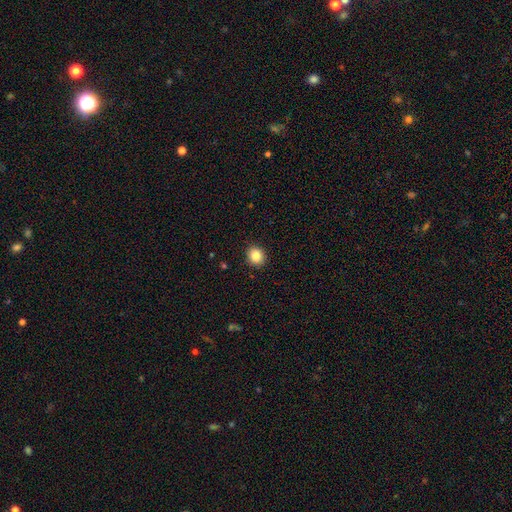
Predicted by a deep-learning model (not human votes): smooth_or_featured: smooth (p=0.85) [alt: star or artifact p=0.10]
how_rounded: round (p=0.80) [alt: in between p=0.19]
merging: none (p=0.92) [alt: minor disturbance p=0.05]